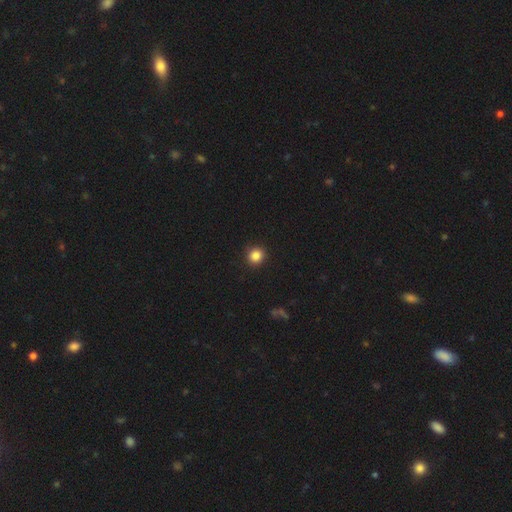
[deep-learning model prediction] Smooth or featured: smooth — 85% (star or artifact — 11%)
How rounded: round — 93% (in between — 6%)
Merging: none — 92% (minor disturbance — 5%)